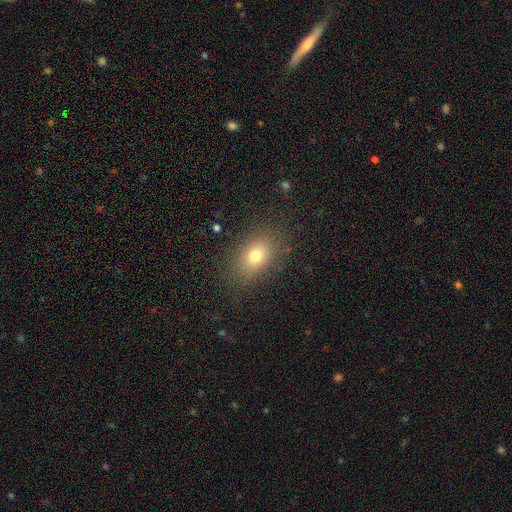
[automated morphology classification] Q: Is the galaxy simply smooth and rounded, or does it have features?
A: smooth — 74%.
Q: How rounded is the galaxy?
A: in between — 73%.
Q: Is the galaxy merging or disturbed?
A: none — 84%.